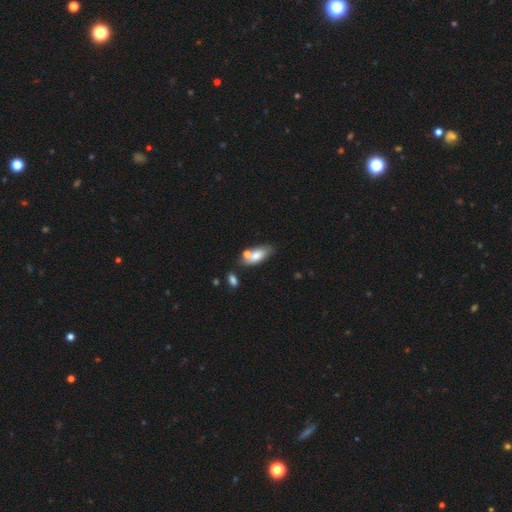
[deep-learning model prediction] Smooth or featured?
  - smooth: 73% *
  - featured or disk: 19%
  - star or artifact: 7%
How rounded?
  - in between: 82% *
  - cigar-shaped: 14%
  - round: 3%
Merging?
  - none: 53% *
  - merger: 26%
  - minor disturbance: 17%
  - major disturbance: 5%